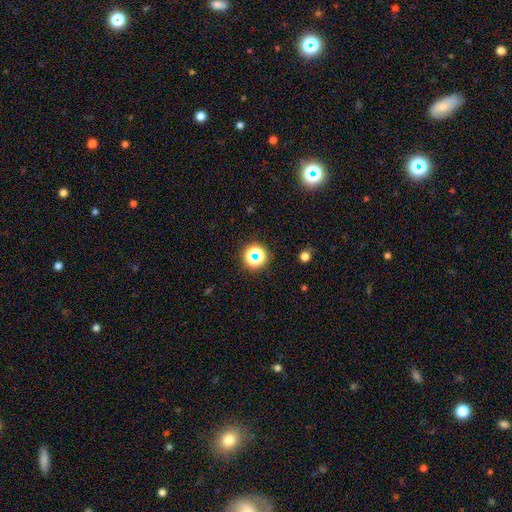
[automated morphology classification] A star or artifact, not a galaxy (57%).